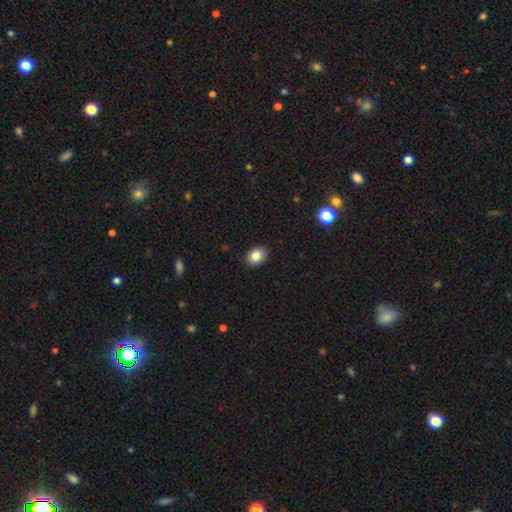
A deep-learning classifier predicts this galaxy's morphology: smooth 85%, star or artifact 9%, featured or disk 6%. Down the decision tree: how rounded — in between (71%); merging — none (89%).